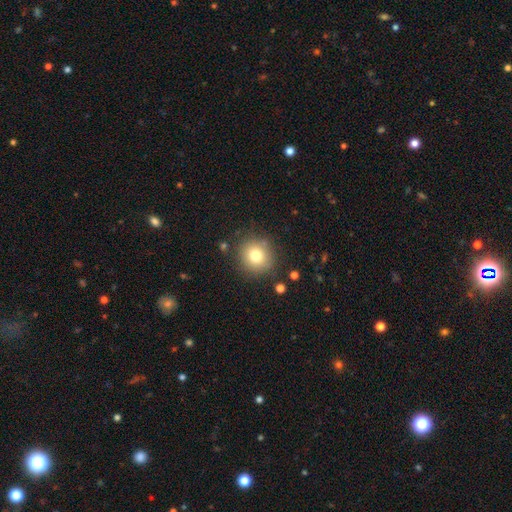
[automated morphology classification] Smooth or featured?
  - smooth: 77% *
  - star or artifact: 12%
  - featured or disk: 11%
How rounded?
  - round: 89% *
  - in between: 10%
  - cigar-shaped: 1%
Merging?
  - none: 85% *
  - minor disturbance: 9%
  - major disturbance: 3%
  - merger: 3%